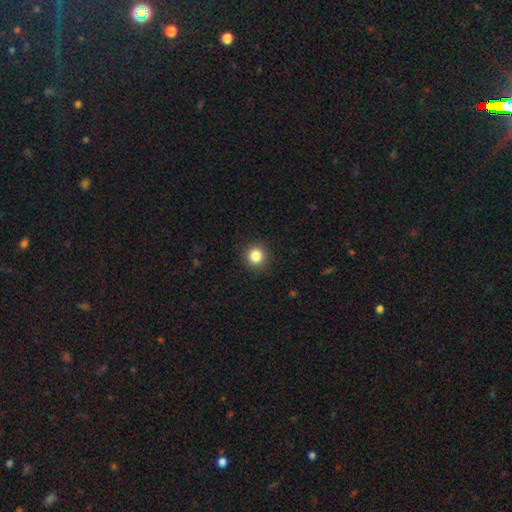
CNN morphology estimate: A smooth galaxy with no disk features (85%) that is round (94%).

Vote fractions:
- Smooth or featured? smooth: 85% / star or artifact: 11% / featured or disk: 4%
- How rounded? round: 94% / in between: 5% / cigar-shaped: 1%
- Merging? none: 92% / minor disturbance: 6% / major disturbance: 2% / merger: 1%